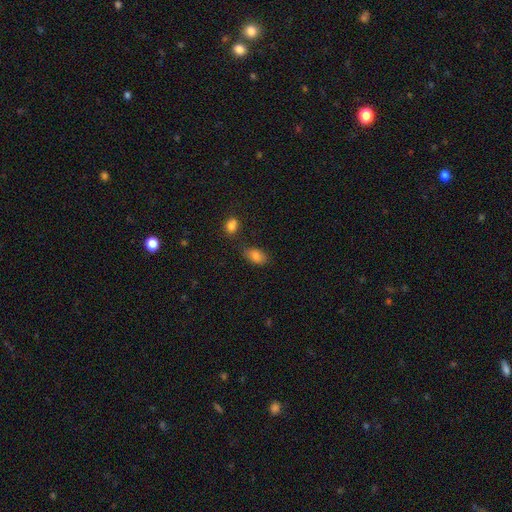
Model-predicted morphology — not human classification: This is clearly a smooth galaxy (83%). How rounded: clearly in between (90%). Merging: likely none (70%).